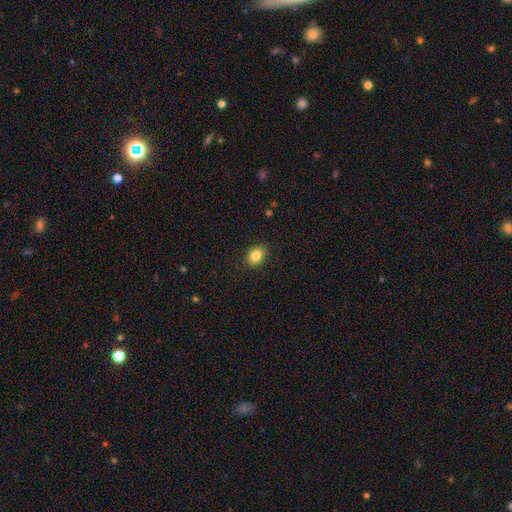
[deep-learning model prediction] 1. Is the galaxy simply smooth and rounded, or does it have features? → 85% smooth, 9% star or artifact, 6% featured or disk.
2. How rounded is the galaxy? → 68% in between, 31% round, 1% cigar-shaped.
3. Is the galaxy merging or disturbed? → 88% none, 9% minor disturbance, 2% major disturbance, 1% merger.